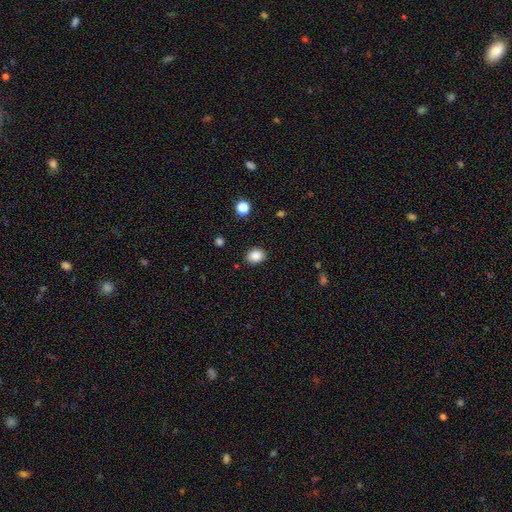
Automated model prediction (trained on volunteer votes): A smooth galaxy with no disk features (87%) that is in between round and cigar-shaped (61%).

Vote fractions:
- Smooth or featured? smooth: 87% / star or artifact: 9% / featured or disk: 4%
- How rounded? in between: 61% / round: 39% / cigar-shaped: 1%
- Merging? none: 87% / minor disturbance: 10% / major disturbance: 3% / merger: 1%